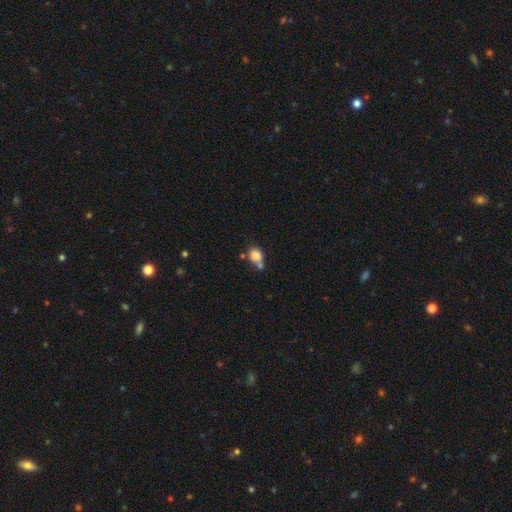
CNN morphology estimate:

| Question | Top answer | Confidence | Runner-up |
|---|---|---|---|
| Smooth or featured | smooth | 81% | star or artifact (10%) |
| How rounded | round | 57% | in between (42%) |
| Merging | none | 47% | merger (32%) |